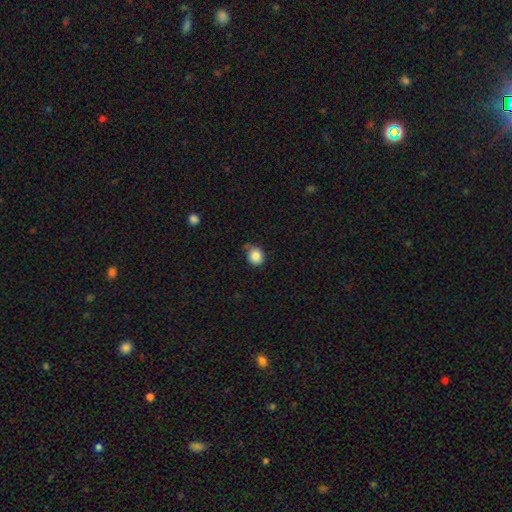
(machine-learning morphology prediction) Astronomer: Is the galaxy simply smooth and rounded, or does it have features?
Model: smooth — 84%.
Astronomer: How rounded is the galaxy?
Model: round — 82%.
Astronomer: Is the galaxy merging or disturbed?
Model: none — 69%.